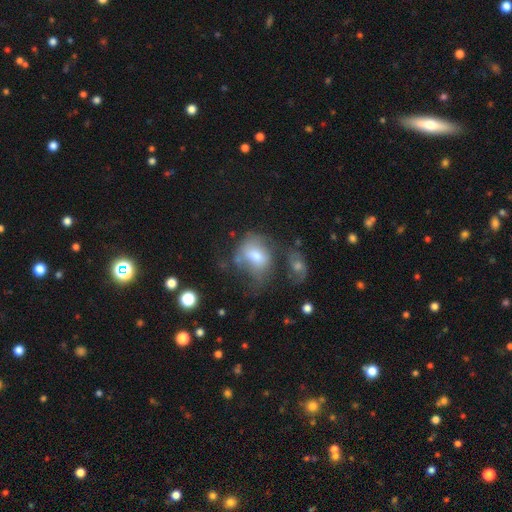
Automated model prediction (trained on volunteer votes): Q: Smooth or featured?
A: smooth (57%); runner-up: featured or disk (33%)
Q: How rounded?
A: in between (58%); runner-up: round (40%)
Q: Merging?
A: major disturbance (30%); runner-up: none (26%)